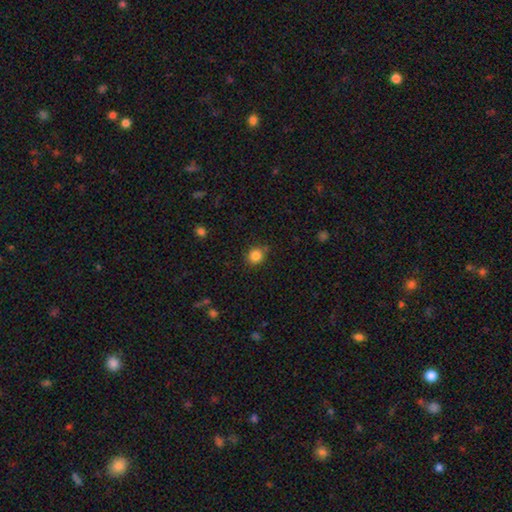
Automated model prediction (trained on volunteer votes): Smooth or featured? Predicted: smooth (p=0.84). How rounded? Predicted: round (p=0.80). Merging? Predicted: none (p=0.80).